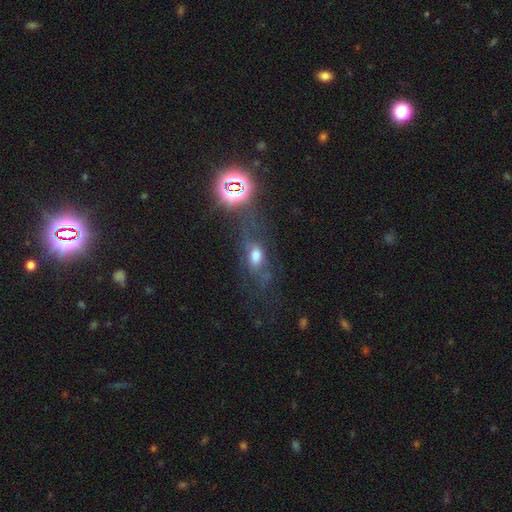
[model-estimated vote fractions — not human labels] Smooth or featured?
  - smooth: 49% *
  - featured or disk: 30%
  - star or artifact: 22%
Merging?
  - none: 38% *
  - major disturbance: 28%
  - minor disturbance: 19%
  - merger: 15%